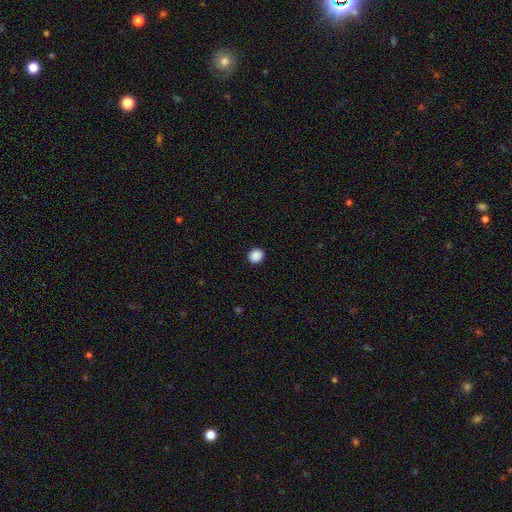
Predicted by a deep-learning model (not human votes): Q: Smooth or featured?
A: smooth (89%); runner-up: star or artifact (9%)
Q: How rounded?
A: round (84%); runner-up: in between (15%)
Q: Merging?
A: none (92%); runner-up: minor disturbance (5%)